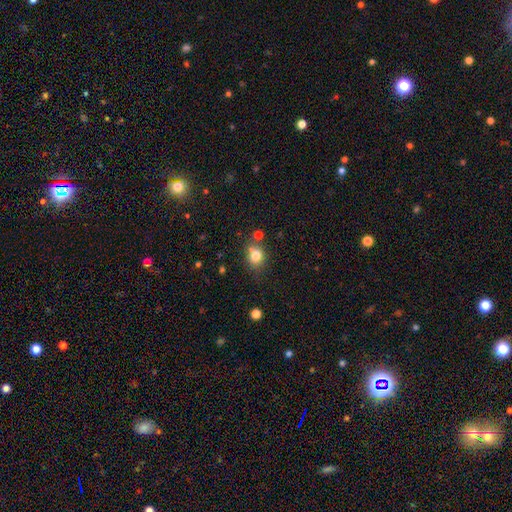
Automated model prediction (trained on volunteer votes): A smooth galaxy with no disk features (79%) that is round (70%).

Vote fractions:
- Smooth or featured? smooth: 79% / star or artifact: 12% / featured or disk: 9%
- How rounded? round: 70% / in between: 29% / cigar-shaped: 1%
- Merging? none: 64% / merger: 19% / minor disturbance: 13% / major disturbance: 4%